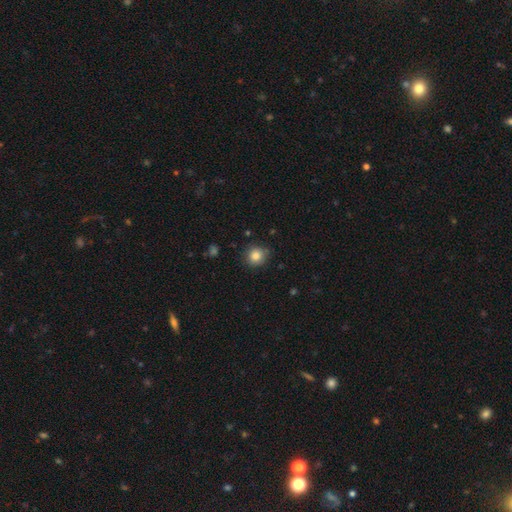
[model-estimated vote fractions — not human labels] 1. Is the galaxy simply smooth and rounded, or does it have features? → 85% smooth, 10% star or artifact, 5% featured or disk.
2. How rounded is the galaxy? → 88% round, 11% in between, 1% cigar-shaped.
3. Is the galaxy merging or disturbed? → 84% none, 12% minor disturbance, 3% major disturbance, 2% merger.